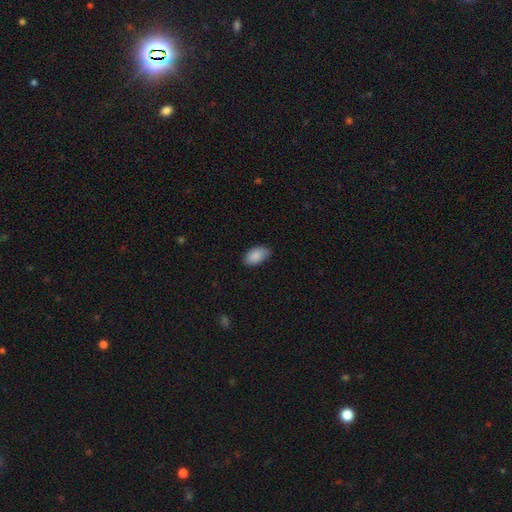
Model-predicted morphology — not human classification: Smooth or featured? smooth (89%)
How rounded? in between (94%)
Merging? none (83%)